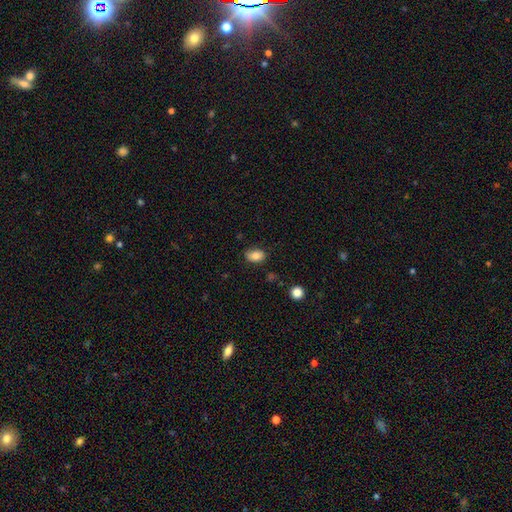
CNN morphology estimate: Smooth or featured? smooth (81%)
How rounded? in between (84%)
Merging? none (81%)